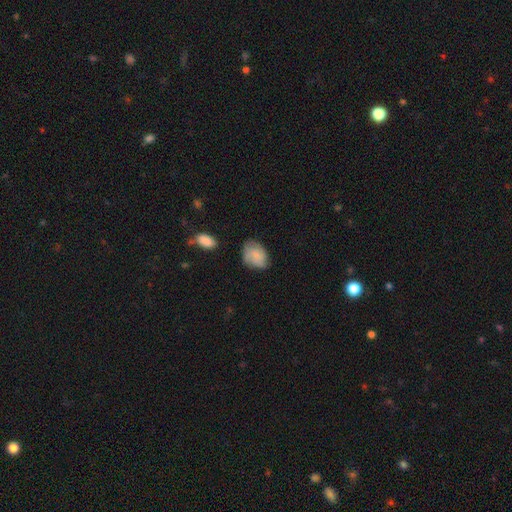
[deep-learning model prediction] smooth_or_featured: smooth (p=0.59) [alt: featured or disk p=0.34]
how_rounded: in between (p=0.65) [alt: round p=0.33]
merging: none (p=0.65) [alt: minor disturbance p=0.26]